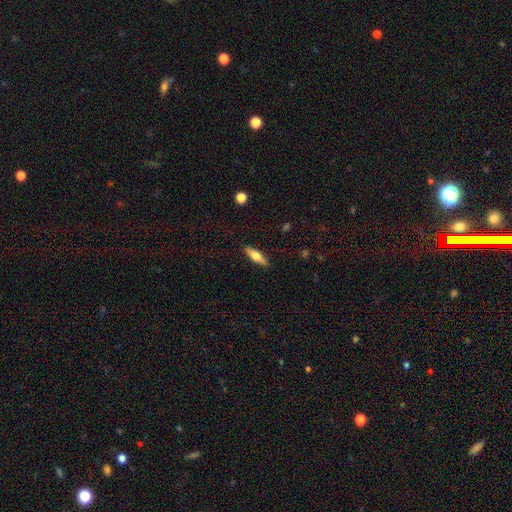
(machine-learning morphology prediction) type=smooth (52%); roundness=cigar-shaped (59%); merging=none (89%).